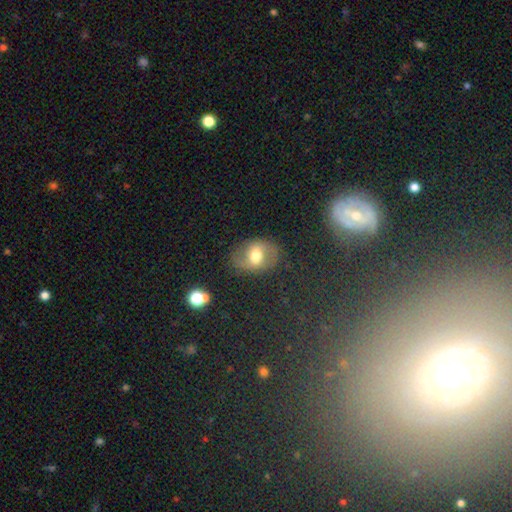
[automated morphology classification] smooth-or-featured: featured or disk: 50% | smooth: 40% | star or artifact: 10%
  merging: none: 78% | minor disturbance: 14% | major disturbance: 6% | merger: 2%